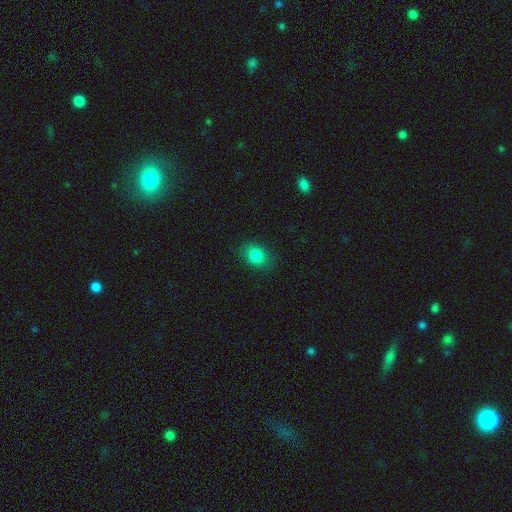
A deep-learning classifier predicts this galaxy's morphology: Smooth or featured? smooth (83%)
How rounded? in between (58%)
Merging? none (84%)